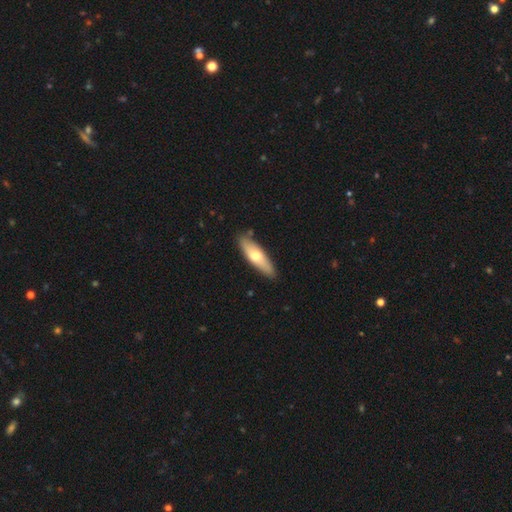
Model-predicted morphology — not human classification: The model was most divided on "how rounded": cigar-shaped: 58%, in between: 40%, round: 2%. More confident: merging — none (85%); smooth or featured — smooth (60%).